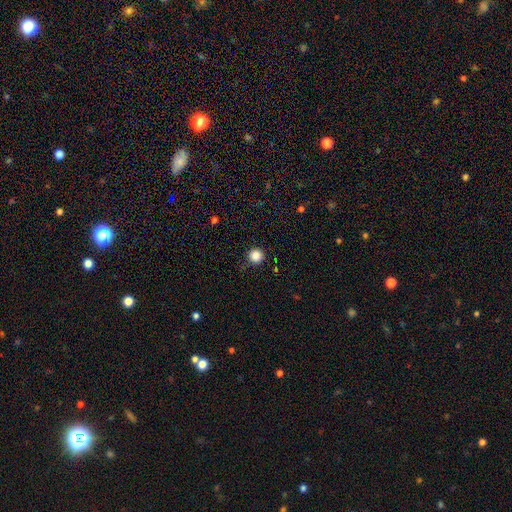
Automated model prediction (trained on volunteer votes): Smooth or featured: smooth — 86% (star or artifact — 11%)
How rounded: round — 95% (in between — 4%)
Merging: none — 89% (minor disturbance — 7%)